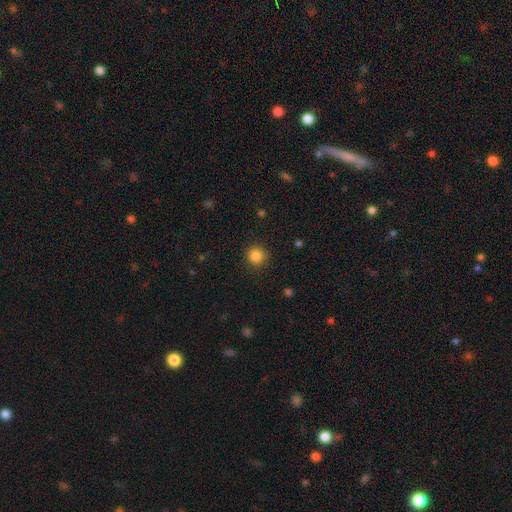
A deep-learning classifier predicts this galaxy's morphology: type=smooth (85%); roundness=round (94%); merging=none (90%).